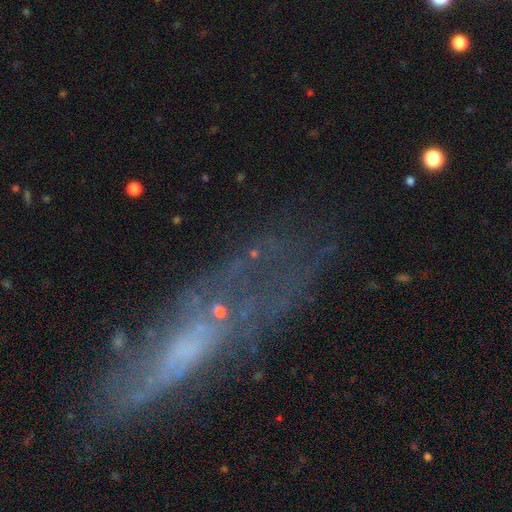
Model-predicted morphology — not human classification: Smooth or featured? featured or disk (63%)
Edge-on disk? no (64%)
Merging? none (61%)